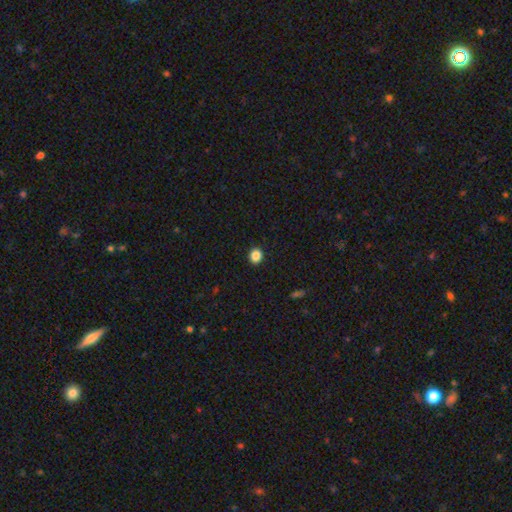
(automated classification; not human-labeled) This is clearly a smooth galaxy (86%). How rounded: likely round (77%). Merging: clearly none (92%).